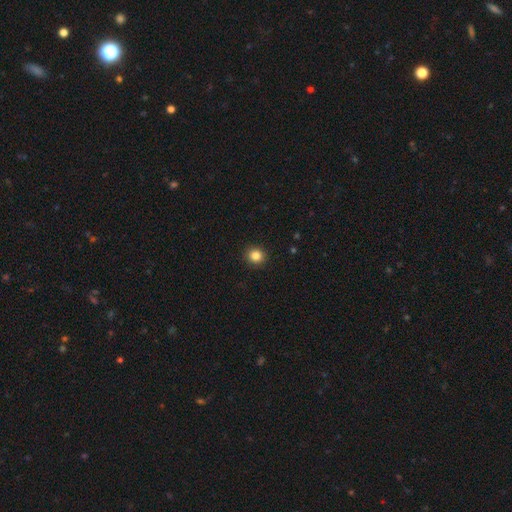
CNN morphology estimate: Smooth or featured?
  - smooth: 85% *
  - star or artifact: 11%
  - featured or disk: 4%
How rounded?
  - round: 88% *
  - in between: 11%
  - cigar-shaped: 1%
Merging?
  - none: 92% *
  - minor disturbance: 5%
  - major disturbance: 2%
  - merger: 1%